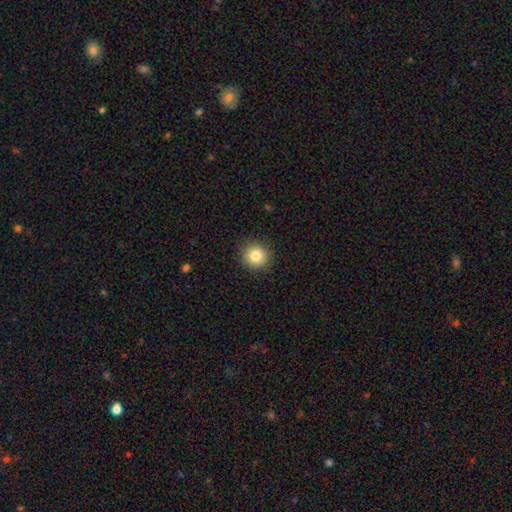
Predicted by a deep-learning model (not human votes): The model was most divided on "smooth or featured": smooth: 83%, star or artifact: 10%, featured or disk: 7%. More confident: how rounded — round (93%); merging — none (91%).